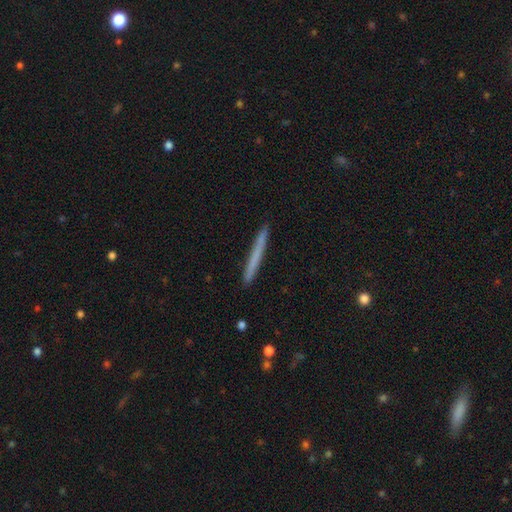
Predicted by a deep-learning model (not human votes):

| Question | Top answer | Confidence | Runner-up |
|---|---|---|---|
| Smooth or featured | smooth | 63% | featured or disk (31%) |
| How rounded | cigar-shaped | 97% | in between (2%) |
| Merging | none | 91% | minor disturbance (6%) |